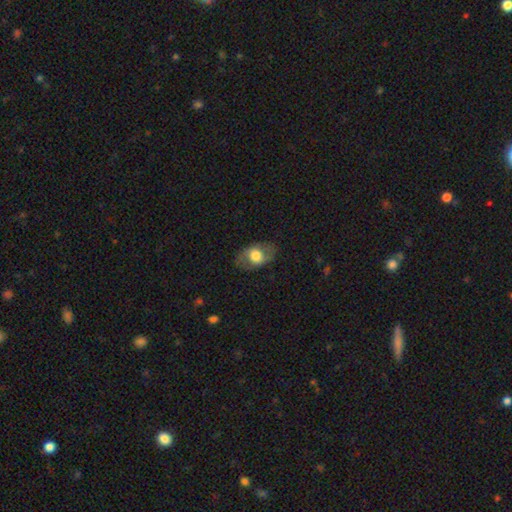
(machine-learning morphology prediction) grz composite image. It shows a smooth galaxy with no disk features (49%). Merging: none (78%).